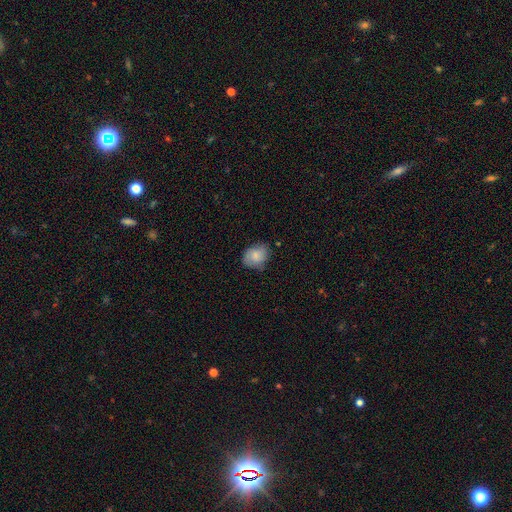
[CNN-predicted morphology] Smooth or featured? Predicted: smooth (p=0.82). How rounded? Predicted: in between (p=0.67). Merging? Predicted: none (p=0.71).